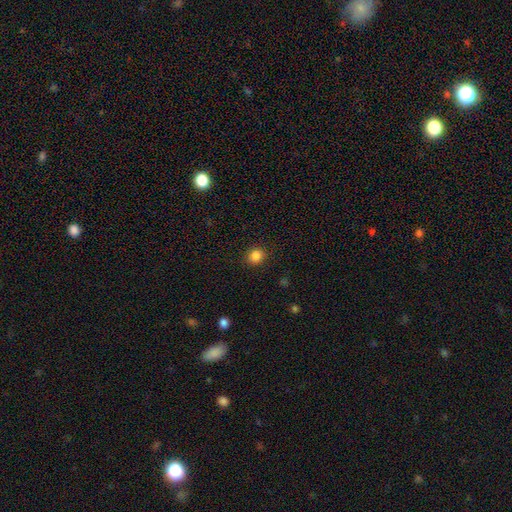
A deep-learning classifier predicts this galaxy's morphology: Smooth or featured: smooth — 84% (star or artifact — 11%)
How rounded: round — 80% (in between — 19%)
Merging: none — 90% (minor disturbance — 7%)